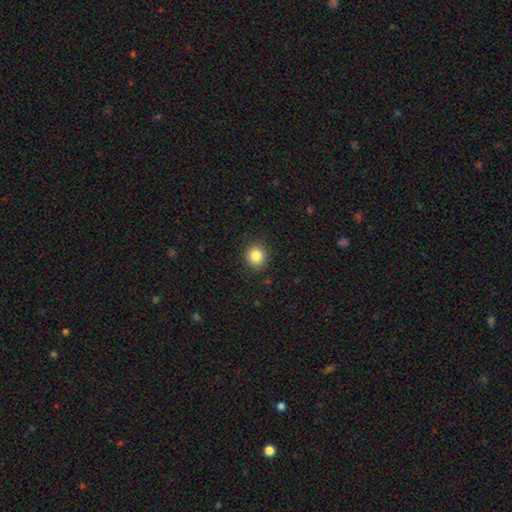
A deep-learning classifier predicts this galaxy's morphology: Smooth or featured?
  - smooth: 84% *
  - star or artifact: 11%
  - featured or disk: 5%
How rounded?
  - round: 89% *
  - in between: 10%
  - cigar-shaped: 1%
Merging?
  - none: 90% *
  - minor disturbance: 7%
  - major disturbance: 2%
  - merger: 1%